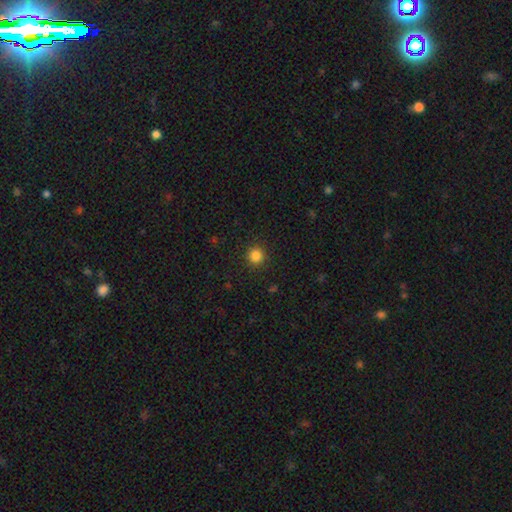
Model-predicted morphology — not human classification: Overall: smooth (85%). How rounded: round (95%). Merging: none (92%).